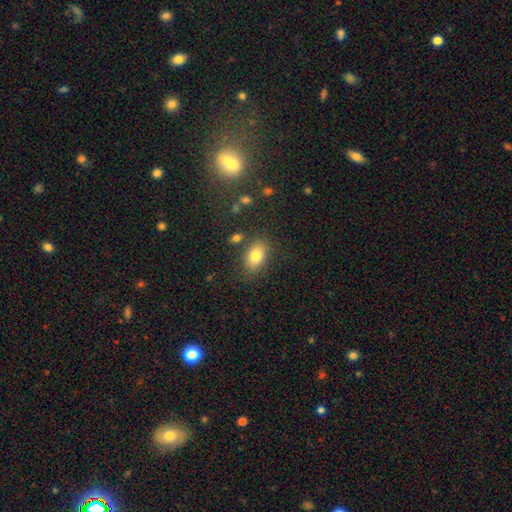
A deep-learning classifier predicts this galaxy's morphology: The model was most divided on "merging": none: 77%, minor disturbance: 13%, merger: 5%, major disturbance: 4%. More confident: how rounded — in between (85%); smooth or featured — smooth (81%).